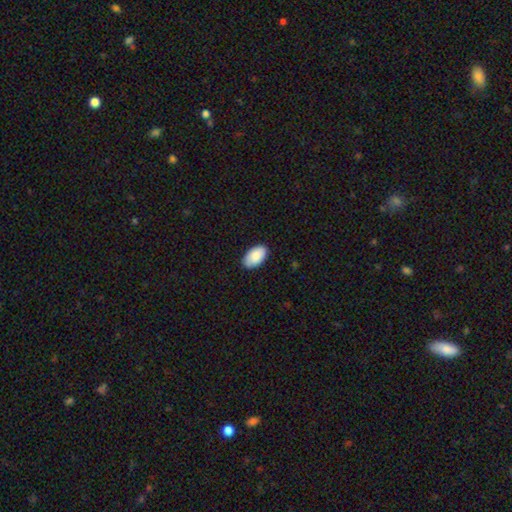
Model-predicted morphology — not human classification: A smooth galaxy with no disk features (89%) that is in between round and cigar-shaped (95%).

Vote fractions:
- Smooth or featured? smooth: 89% / star or artifact: 6% / featured or disk: 5%
- How rounded? in between: 95% / round: 3% / cigar-shaped: 1%
- Merging? none: 87% / minor disturbance: 10% / major disturbance: 2% / merger: 1%